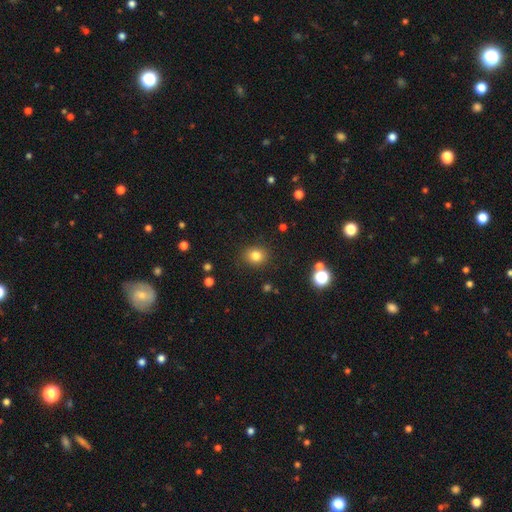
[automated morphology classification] Overall: smooth (81%). How rounded: round (75%). Merging: none (88%).